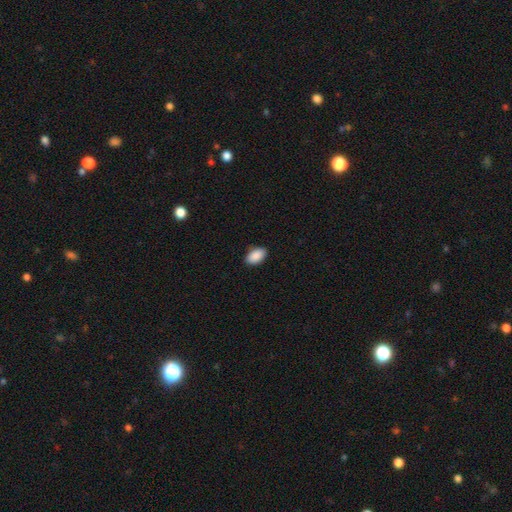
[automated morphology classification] Smooth or featured: smooth — 90% (star or artifact — 7%)
How rounded: in between — 94% (round — 5%)
Merging: none — 88% (minor disturbance — 9%)